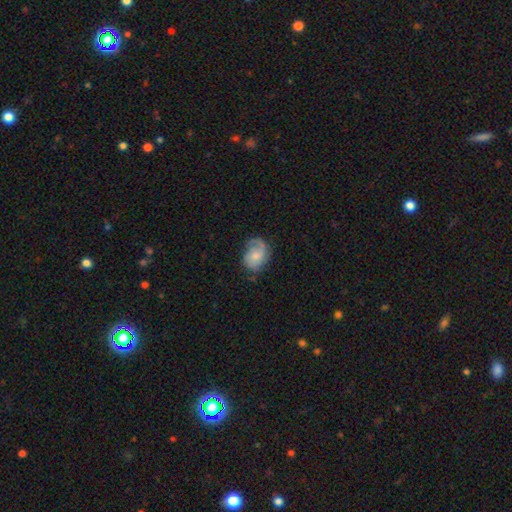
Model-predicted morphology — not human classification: type=smooth (47%); merging=none (51%).